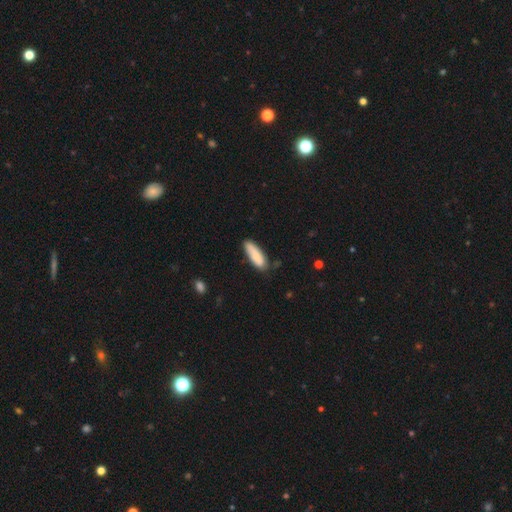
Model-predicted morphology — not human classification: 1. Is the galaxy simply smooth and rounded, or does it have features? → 78% smooth, 16% featured or disk, 6% star or artifact.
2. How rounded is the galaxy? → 55% in between, 43% cigar-shaped, 2% round.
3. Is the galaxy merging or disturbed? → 72% none, 22% minor disturbance, 4% major disturbance, 3% merger.